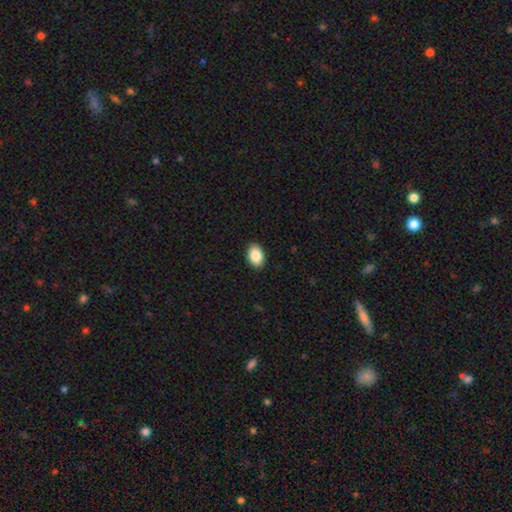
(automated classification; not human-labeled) smooth 87%, star or artifact 7%, featured or disk 5%. Down the decision tree: how rounded — in between (89%); merging — none (90%).